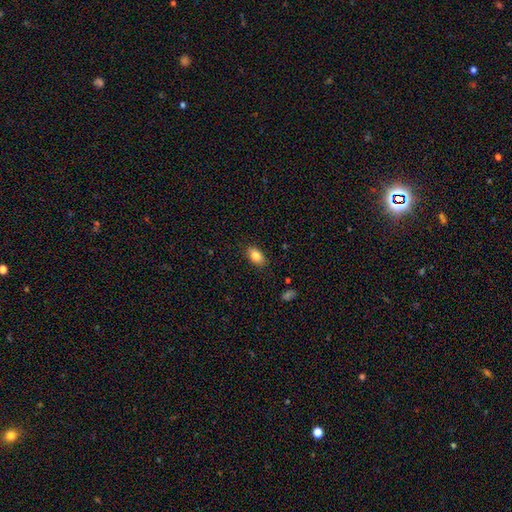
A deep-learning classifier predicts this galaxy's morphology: smooth_or_featured: smooth (p=0.83) [alt: featured or disk p=0.09]
how_rounded: in between (p=0.90) [alt: round p=0.07]
merging: none (p=0.86) [alt: minor disturbance p=0.11]